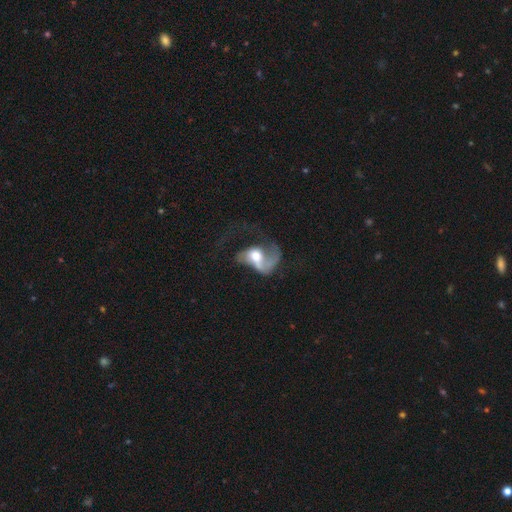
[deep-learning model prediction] Q: Smooth or featured?
A: featured or disk (67%); runner-up: smooth (26%)
Q: Edge-on disk?
A: no (97%); runner-up: yes (3%)
Q: Bar?
A: no (68%); runner-up: weak (25%)
Q: Spiral arms?
A: yes (78%); runner-up: no (22%)
Q: Spiral winding?
A: loose (58%); runner-up: medium (32%)
Q: Spiral arm count?
A: 1 (66%); runner-up: 2 (20%)
Q: Bulge size?
A: moderate (58%); runner-up: large (27%)
Q: Merging?
A: major disturbance (56%); runner-up: none (24%)